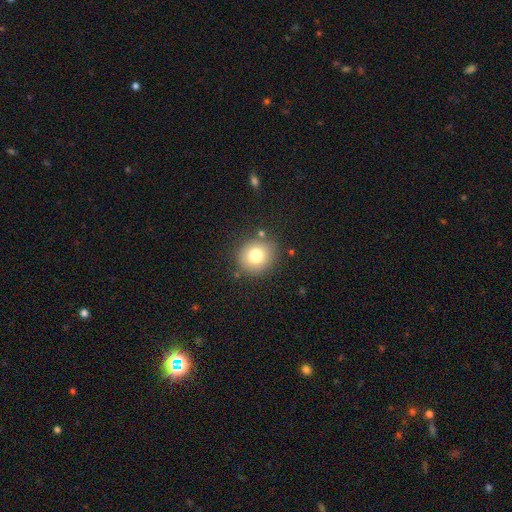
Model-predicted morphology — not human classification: This is likely a smooth galaxy (78%). How rounded: clearly round (83%). Merging: clearly none (84%).